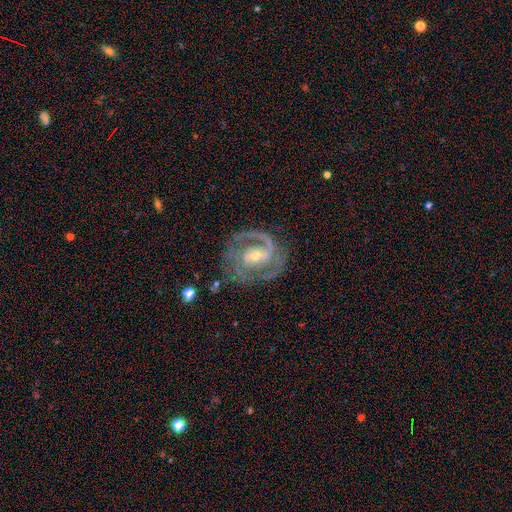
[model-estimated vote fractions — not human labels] A featured or disk galaxy (89%) with a weak bar (38%, tied with no), 2 (69%) tight (48%) spiral arms (96%) and a small central bulge (55%).

Vote fractions:
- Smooth or featured? featured or disk: 89% / star or artifact: 6% / smooth: 6%
- Edge-on disk? no: 97% / yes: 3%
- Bar? weak: 38% (tied) / no: 38% (tied) / strong: 24%
- Spiral arms? yes: 96% / no: 4%
- Spiral winding? tight: 48% / medium: 43% / loose: 9%
- Spiral arm count? 2: 69% / 3: 11% / can't tell: 9% / 1: 6% / 4: 2% / more than 4: 2%
- Bulge size? small: 55% / moderate: 41% / large: 2% / none: 1% / dominant: 1%
- Merging? none: 72% / minor disturbance: 17% / major disturbance: 10% / merger: 2%